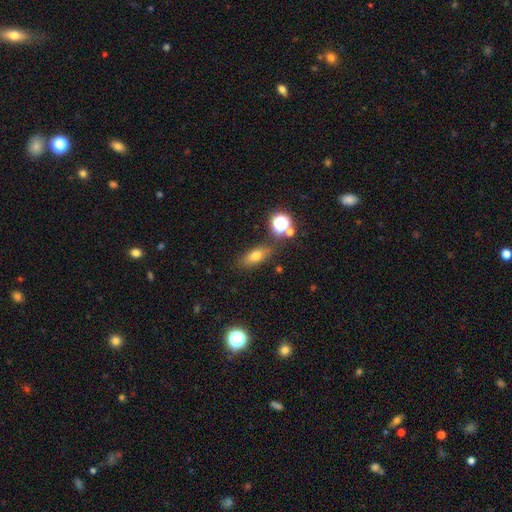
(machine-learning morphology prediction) Smooth or featured?
  - smooth: 68% *
  - featured or disk: 17%
  - star or artifact: 15%
How rounded?
  - in between: 68% *
  - cigar-shaped: 19%
  - round: 13%
Merging?
  - none: 77% *
  - minor disturbance: 13%
  - merger: 6%
  - major disturbance: 4%